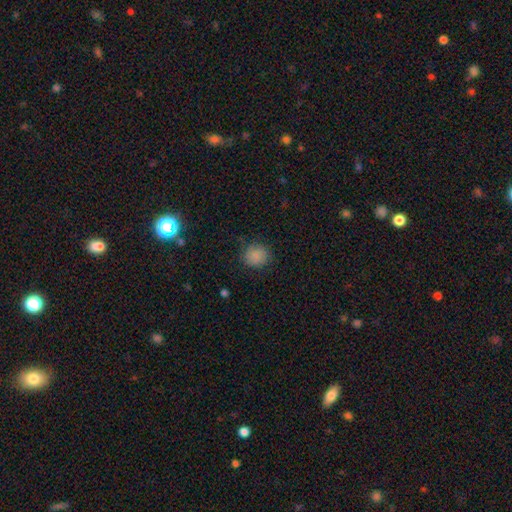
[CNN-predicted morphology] Smooth or featured? smooth (86%)
How rounded? round (84%)
Merging? none (82%)